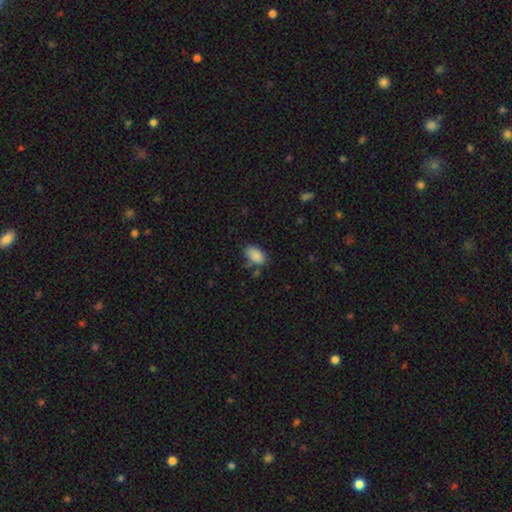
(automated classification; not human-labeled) Morphology: type=smooth (88%); roundness=in between (92%); merging=none (71%).